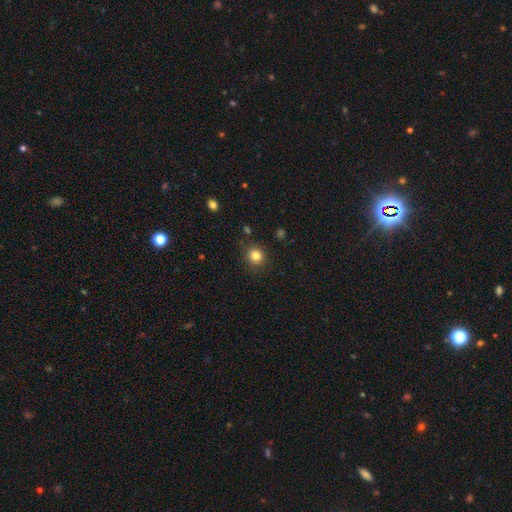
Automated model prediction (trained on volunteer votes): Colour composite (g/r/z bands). It shows a smooth galaxy with no disk features (83%) that is round (90%). Merging: none (85%).